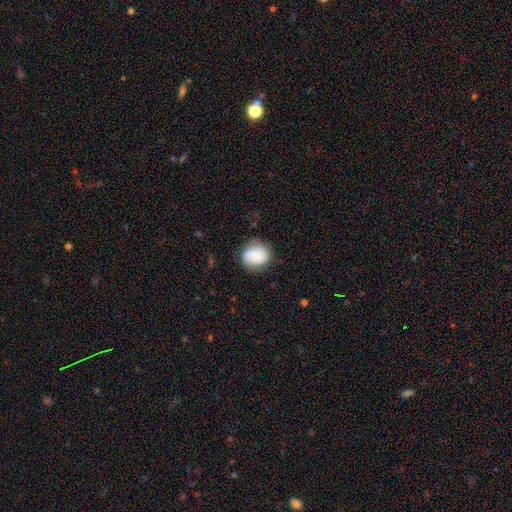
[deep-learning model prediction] smooth_or_featured: smooth (p=0.60) [alt: featured or disk p=0.32]
how_rounded: round (p=0.74) [alt: in between p=0.25]
merging: none (p=0.72) [alt: minor disturbance p=0.20]